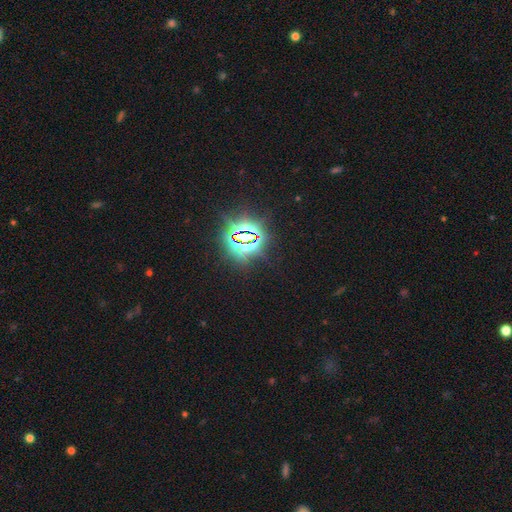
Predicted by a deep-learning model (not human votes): star or artifact 84%, smooth 10%, featured or disk 7%.